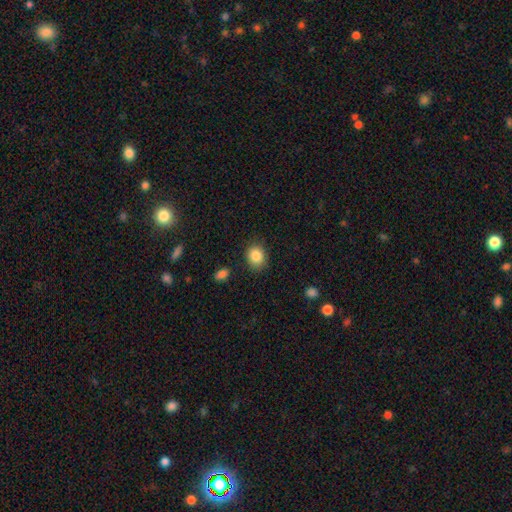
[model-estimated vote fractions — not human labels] Morphology: type=smooth (86%); roundness=round (58%); merging=none (82%).